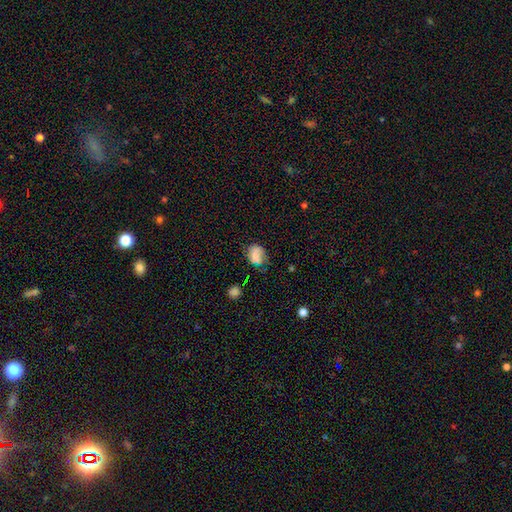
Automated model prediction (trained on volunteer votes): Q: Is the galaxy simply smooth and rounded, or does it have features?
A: smooth — 72%.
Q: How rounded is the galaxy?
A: in between — 62%.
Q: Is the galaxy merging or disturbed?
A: none — 52%.